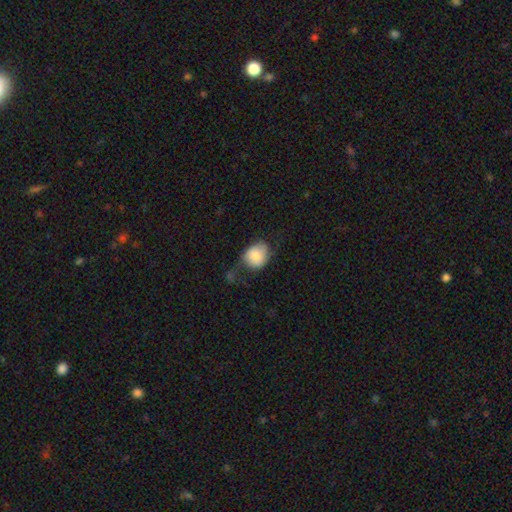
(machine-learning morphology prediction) The model was most divided on "merging" (2-way tie): none: 35%, minor disturbance: 35%, major disturbance: 26%, merger: 4%. More confident: smooth or featured — smooth (76%); how rounded — round (57%).